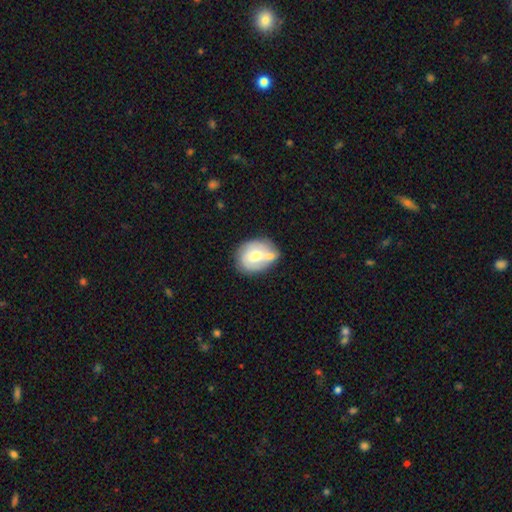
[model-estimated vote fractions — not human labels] This is possibly a smooth galaxy (52%). How rounded: possibly in between (50%). Merging: marginally none (42%).